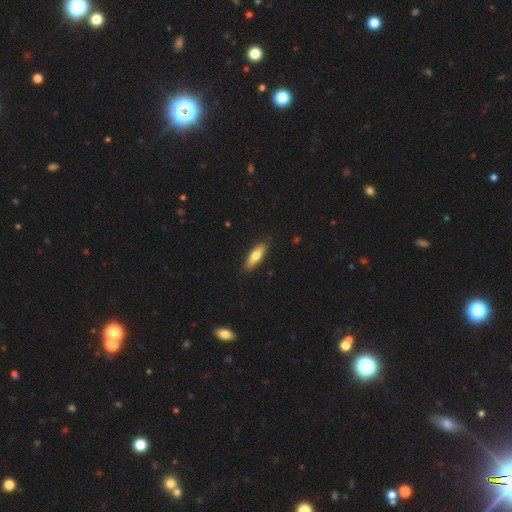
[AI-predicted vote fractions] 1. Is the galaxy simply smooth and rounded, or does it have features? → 73% smooth, 21% featured or disk, 6% star or artifact.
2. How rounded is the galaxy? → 51% in between, 47% cigar-shaped, 2% round.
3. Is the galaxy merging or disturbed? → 87% none, 10% minor disturbance, 2% major disturbance, 1% merger.